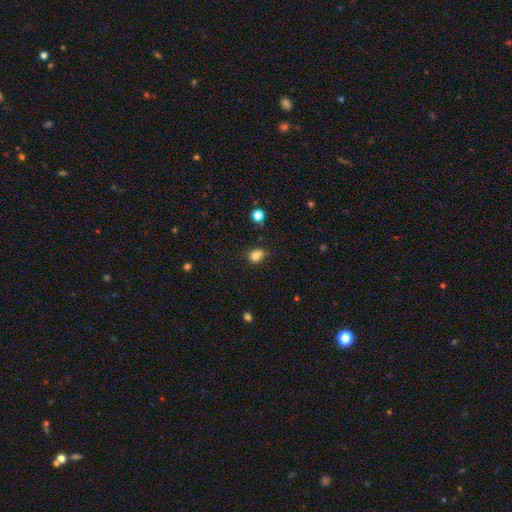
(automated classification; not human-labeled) The model was most divided on "how rounded" (2-way tie): in between: 49%, round: 49%, cigar-shaped: 1%. More confident: smooth or featured — smooth (80%); merging — none (53%).